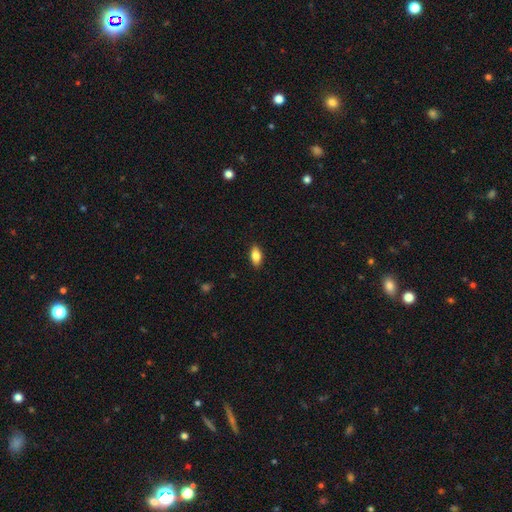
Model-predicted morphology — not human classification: smooth 85%, featured or disk 8%, star or artifact 7%. Down the decision tree: how rounded — in between (90%); merging — none (89%).